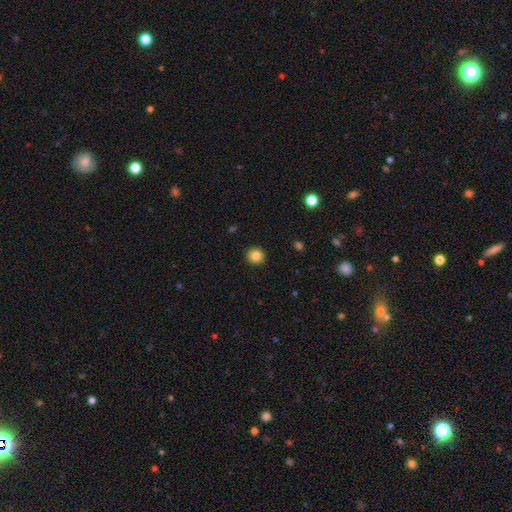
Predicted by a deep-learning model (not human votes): Smooth or featured? smooth (84%)
How rounded? round (92%)
Merging? none (92%)